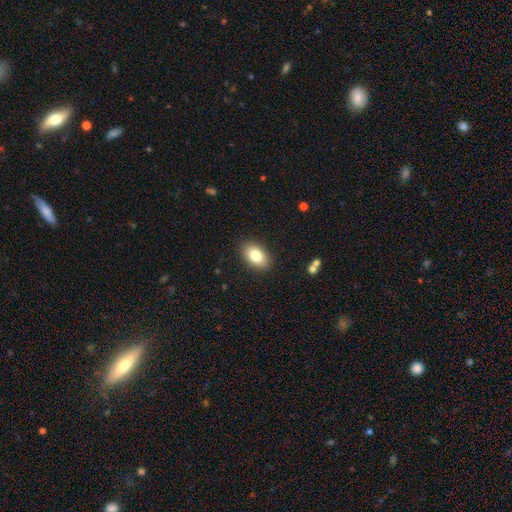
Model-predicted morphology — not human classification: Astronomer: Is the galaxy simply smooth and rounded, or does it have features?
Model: smooth — 82%.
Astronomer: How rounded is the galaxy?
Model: in between — 91%.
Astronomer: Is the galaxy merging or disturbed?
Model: none — 88%.